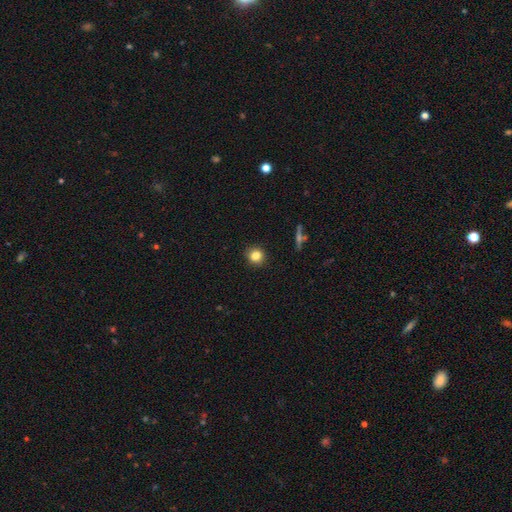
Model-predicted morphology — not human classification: Q: Smooth or featured?
A: smooth (82%); runner-up: star or artifact (11%)
Q: How rounded?
A: round (86%); runner-up: in between (12%)
Q: Merging?
A: none (91%); runner-up: minor disturbance (7%)